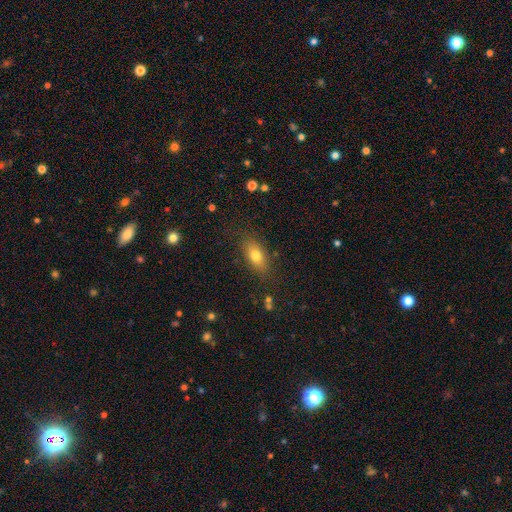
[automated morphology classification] Smooth or featured: smooth — 76% (featured or disk — 15%)
How rounded: in between — 82% (cigar-shaped — 10%)
Merging: none — 81% (minor disturbance — 13%)